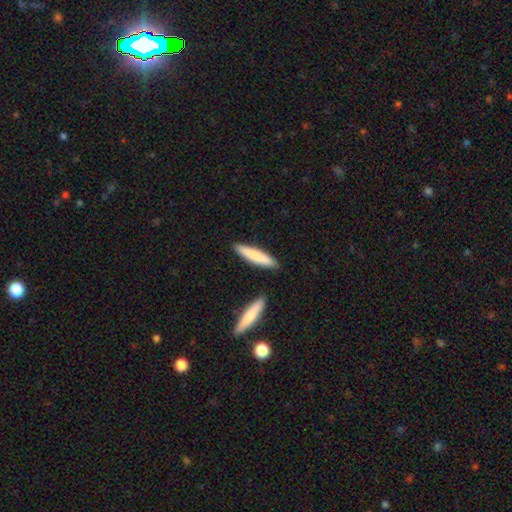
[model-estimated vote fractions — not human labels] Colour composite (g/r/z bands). It shows a smooth galaxy with no disk features (76%) that is cigar-shaped (88%). Merging: none (86%).